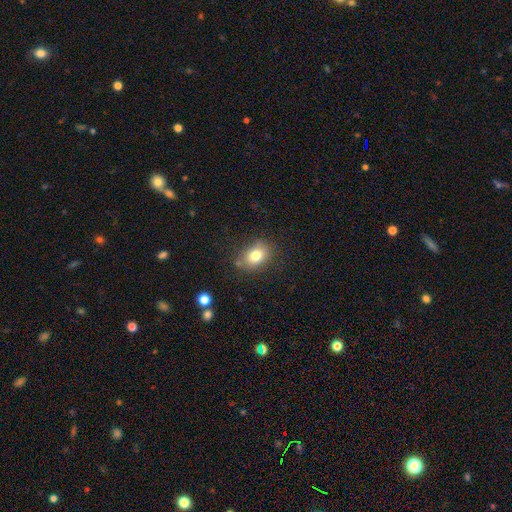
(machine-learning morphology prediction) A smooth galaxy with no disk features (79%) that is in between round and cigar-shaped (67%). Merging: none (76%).